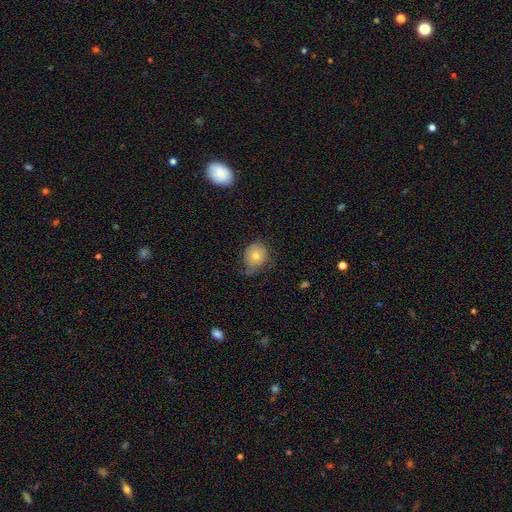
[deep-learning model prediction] Q: Smooth or featured?
A: smooth (66%); runner-up: featured or disk (24%)
Q: How rounded?
A: round (66%); runner-up: in between (33%)
Q: Merging?
A: none (53%); runner-up: minor disturbance (31%)